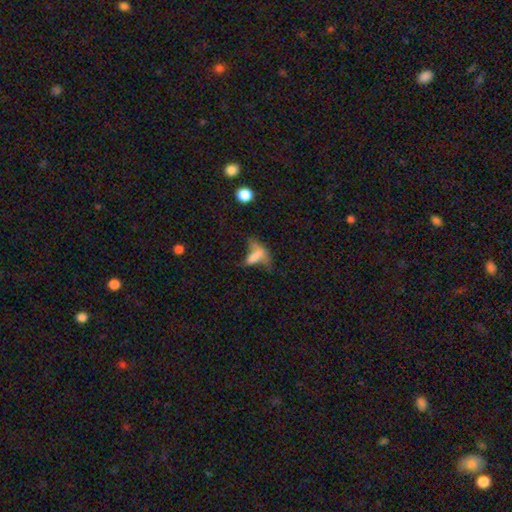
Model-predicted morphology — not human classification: Overall: smooth (54%; featured or disk 32%). How rounded: in between (63%; cigar-shaped 31%). Merging: major disturbance (42%; none 21%).